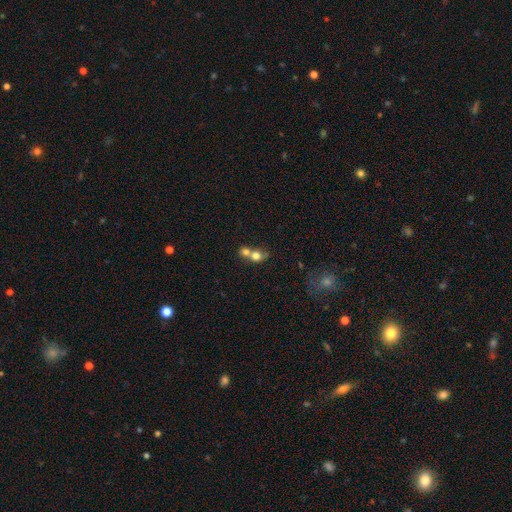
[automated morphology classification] smooth 75%, featured or disk 14%, star or artifact 10%. Down the decision tree: how rounded — round (72%); merging — merger (66%).